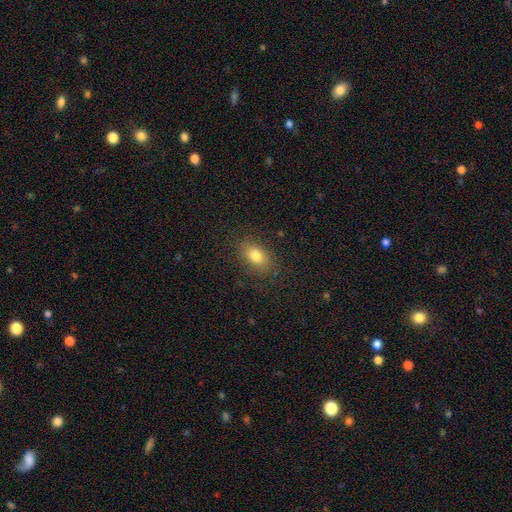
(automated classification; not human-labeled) smooth_or_featured: smooth (p=0.80) [alt: featured or disk p=0.10]
how_rounded: in between (p=0.86) [alt: round p=0.11]
merging: none (p=0.85) [alt: minor disturbance p=0.11]